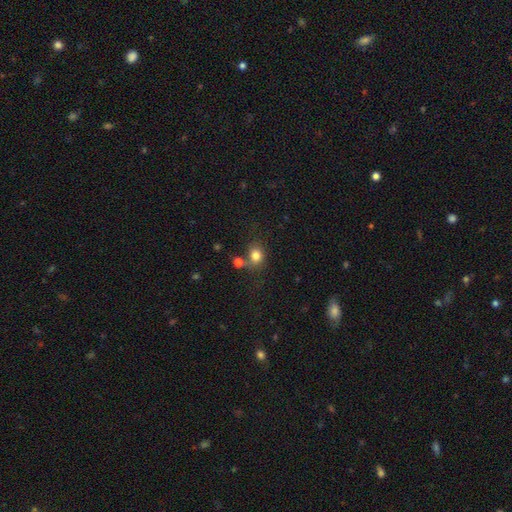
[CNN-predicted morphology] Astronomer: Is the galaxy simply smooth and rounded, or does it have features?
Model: smooth — 80%.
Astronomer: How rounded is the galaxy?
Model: round — 62% (runner-up: in between, 37%).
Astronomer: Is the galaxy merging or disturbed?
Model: none — 57%.